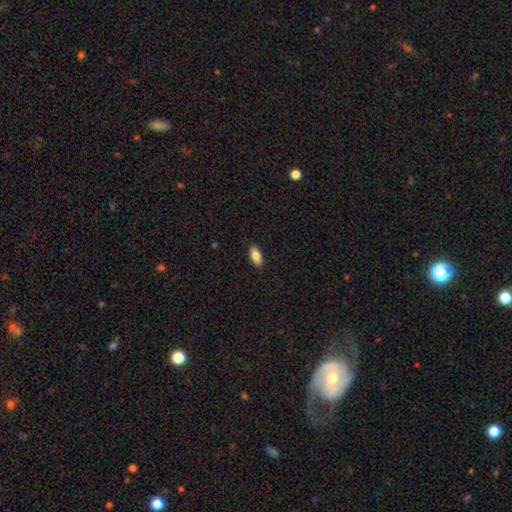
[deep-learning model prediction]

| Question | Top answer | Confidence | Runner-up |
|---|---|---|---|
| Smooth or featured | smooth | 81% | featured or disk (12%) |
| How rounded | in between | 89% | cigar-shaped (9%) |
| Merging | none | 90% | minor disturbance (8%) |